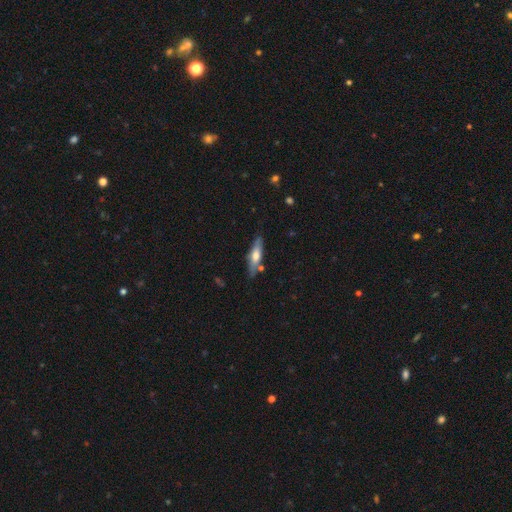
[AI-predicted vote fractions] Smooth or featured?
  - smooth: 49% *
  - featured or disk: 45%
  - star or artifact: 6%
Merging?
  - none: 77% *
  - minor disturbance: 15%
  - merger: 5%
  - major disturbance: 3%